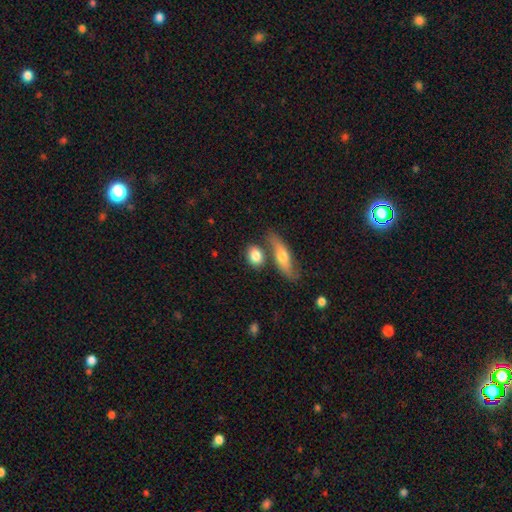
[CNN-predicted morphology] A smooth galaxy with no disk features (80%) that is in between round and cigar-shaped (61%). Merging: none (59%).